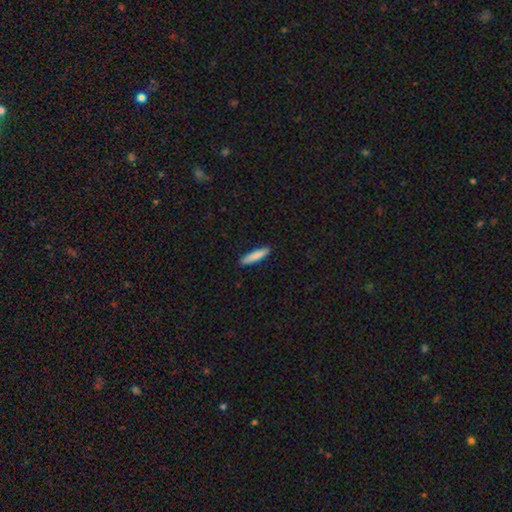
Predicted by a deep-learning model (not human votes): The model was most divided on "how rounded": cigar-shaped: 85%, in between: 13%, round: 1%. More confident: merging — none (89%); smooth or featured — smooth (84%).